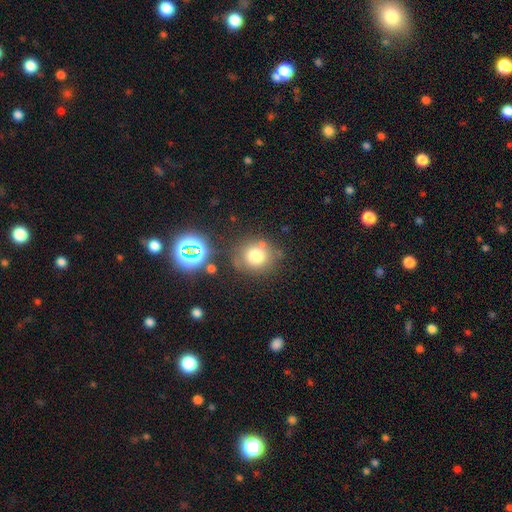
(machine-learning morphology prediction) This appears to be a smooth galaxy with no disk features (73%) that is round (86%). Merging: none (73%).